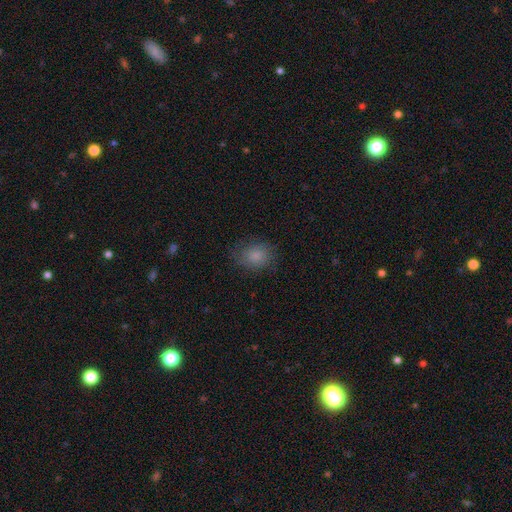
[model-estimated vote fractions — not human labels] Q: Smooth or featured?
A: smooth (79%); runner-up: featured or disk (11%)
Q: How rounded?
A: round (52%); runner-up: in between (47%)
Q: Merging?
A: none (74%); runner-up: minor disturbance (19%)